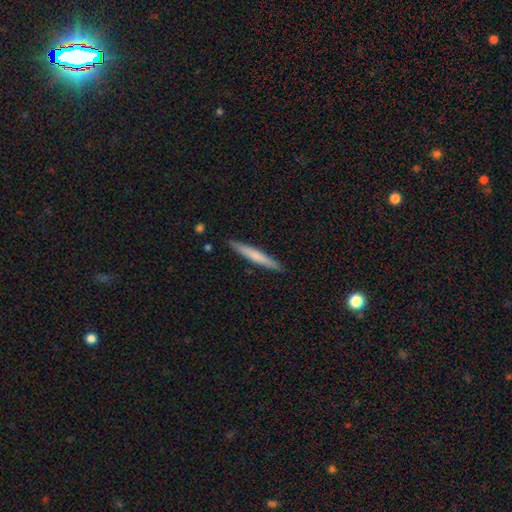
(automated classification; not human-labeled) The model was most divided on "smooth or featured": smooth: 66%, featured or disk: 29%, star or artifact: 5%. More confident: how rounded — cigar-shaped (96%); merging — none (91%).